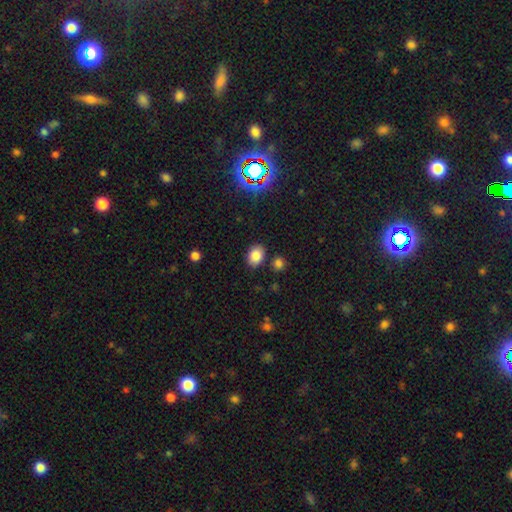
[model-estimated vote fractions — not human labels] Overall: smooth (83%). How rounded: in between (68%; round 31%). Merging: none (80%).